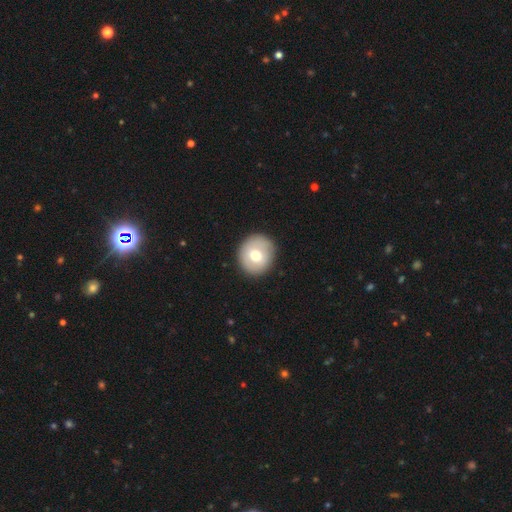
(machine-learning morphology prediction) A smooth galaxy with no disk features (68%) that is round (86%). Merging: none (88%).